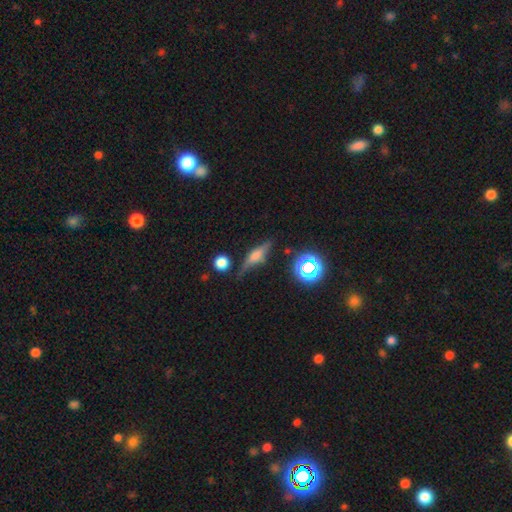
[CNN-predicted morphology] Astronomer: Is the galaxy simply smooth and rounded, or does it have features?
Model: featured or disk — 59%.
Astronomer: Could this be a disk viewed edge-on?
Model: yes — 93%.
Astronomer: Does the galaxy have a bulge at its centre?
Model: rounded — 72%.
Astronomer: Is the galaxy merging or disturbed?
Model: none — 75%.